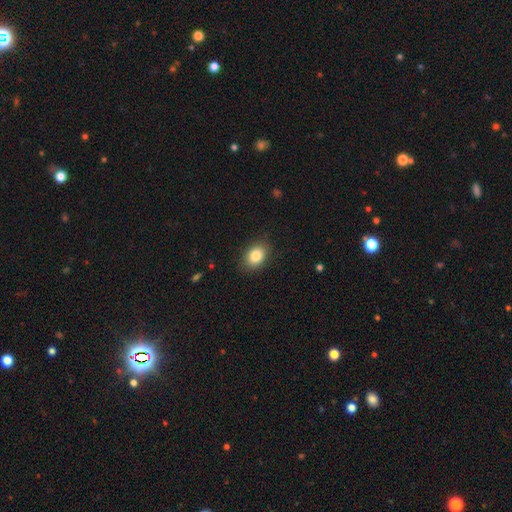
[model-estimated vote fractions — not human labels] smooth 85%, star or artifact 8%, featured or disk 7%. Down the decision tree: how rounded — in between (74%); merging — none (85%).